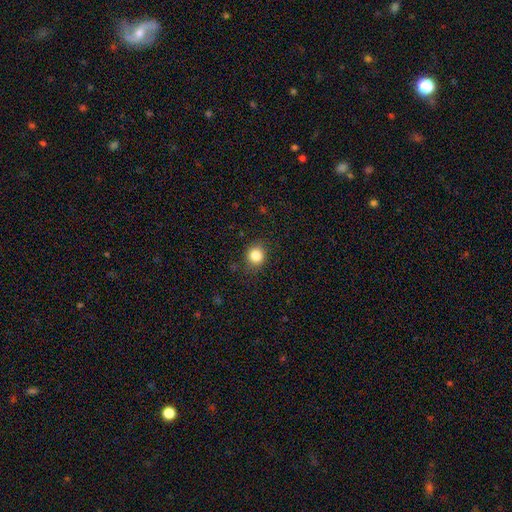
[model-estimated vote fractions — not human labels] Smooth or featured: smooth — 84% (star or artifact — 11%)
How rounded: round — 79% (in between — 20%)
Merging: none — 84% (minor disturbance — 11%)